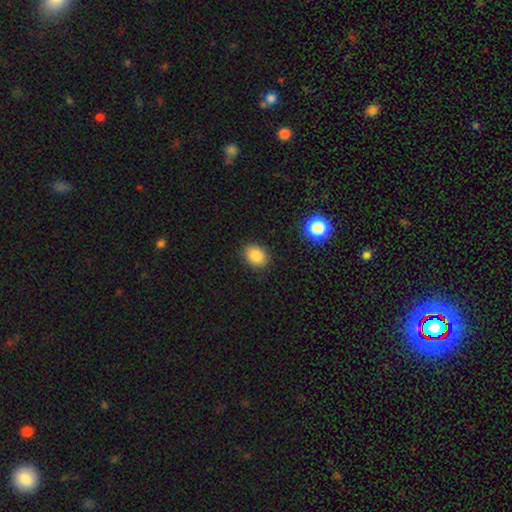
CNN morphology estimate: smooth-or-featured: smooth: 84% | star or artifact: 10% | featured or disk: 5%
  how-rounded: in between: 57% | round: 42% | cigar-shaped: 1%
  merging: none: 87% | minor disturbance: 9% | major disturbance: 2% | merger: 1%